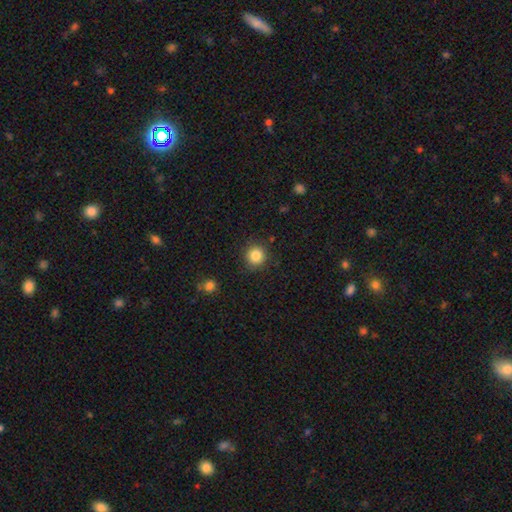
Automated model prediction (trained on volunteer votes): Smooth or featured?
  - smooth: 84% *
  - star or artifact: 11%
  - featured or disk: 5%
How rounded?
  - round: 93% *
  - in between: 6%
  - cigar-shaped: 1%
Merging?
  - none: 88% *
  - minor disturbance: 8%
  - major disturbance: 2%
  - merger: 2%